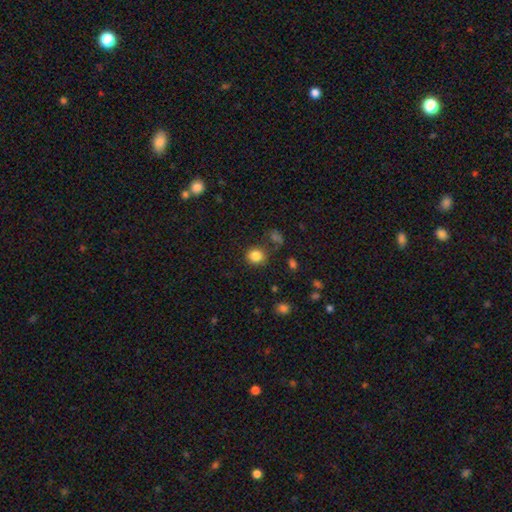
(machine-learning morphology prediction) type=smooth (84%); roundness=round (81%); merging=none (81%).